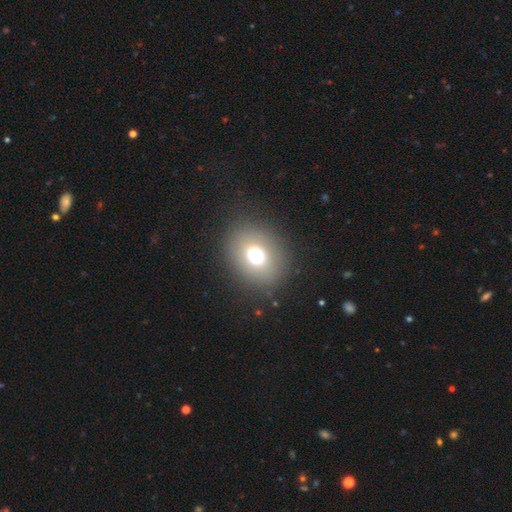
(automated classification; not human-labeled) Overall: smooth (70%). How rounded: round (57%; in between 43%). Merging: none (84%).